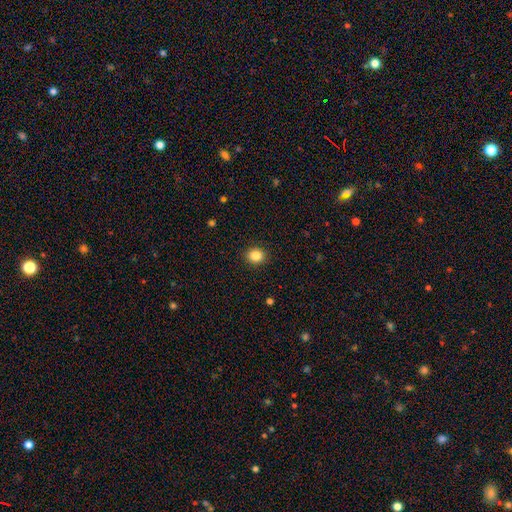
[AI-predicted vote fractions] A smooth galaxy with no disk features (85%) that is round (77%). Merging: none (91%).